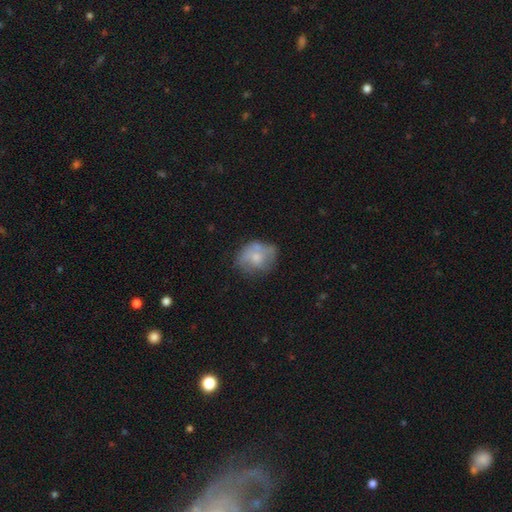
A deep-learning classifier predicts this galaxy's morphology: Smooth or featured?
  - smooth: 55% *
  - featured or disk: 36%
  - star or artifact: 8%
How rounded?
  - round: 53% *
  - in between: 46%
  - cigar-shaped: 1%
Merging?
  - none: 50% *
  - minor disturbance: 30%
  - major disturbance: 15%
  - merger: 5%